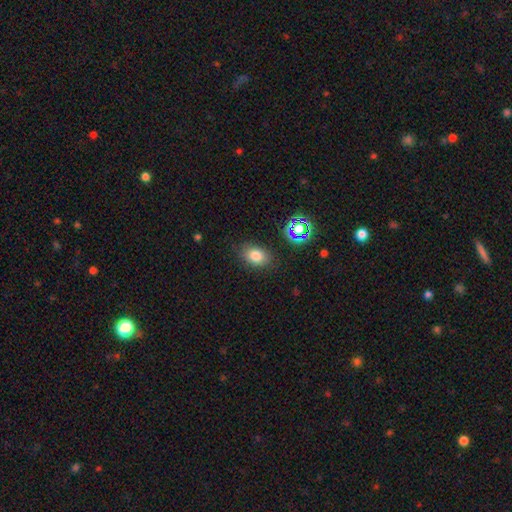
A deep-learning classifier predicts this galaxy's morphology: This appears to be a smooth galaxy with no disk features (77%) that is in between round and cigar-shaped (73%). Merging: none (82%).